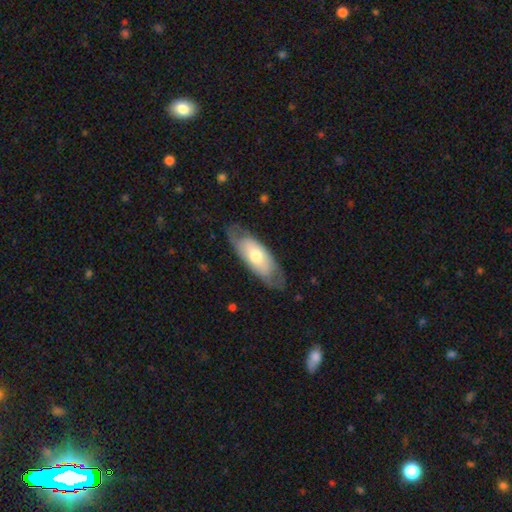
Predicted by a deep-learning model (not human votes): Smooth or featured?
  - smooth: 52% *
  - featured or disk: 42%
  - star or artifact: 5%
How rounded?
  - in between: 77% *
  - cigar-shaped: 21%
  - round: 2%
Merging?
  - none: 70% *
  - minor disturbance: 22%
  - major disturbance: 8%
  - merger: 1%